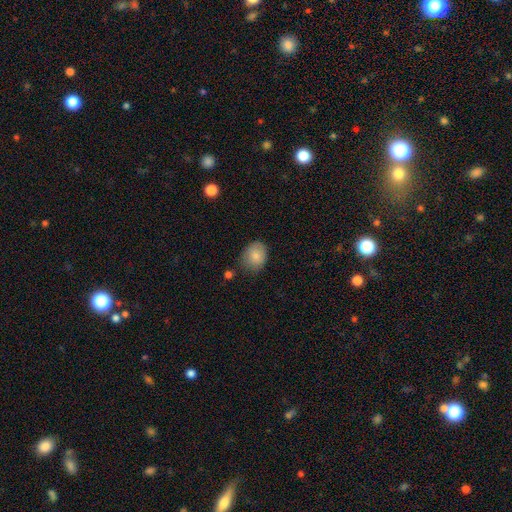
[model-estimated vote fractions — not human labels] Smooth or featured? smooth (82%)
How rounded? round (50%)
Merging? none (68%)